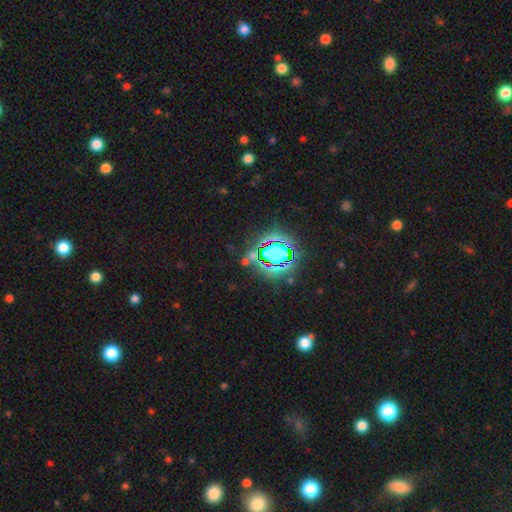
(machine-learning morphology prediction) type=star or artifact (74%).